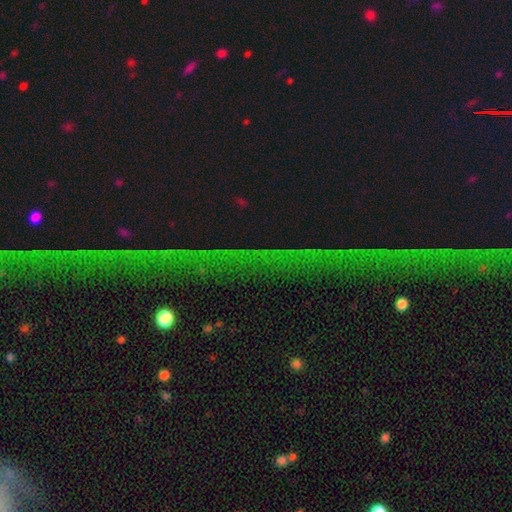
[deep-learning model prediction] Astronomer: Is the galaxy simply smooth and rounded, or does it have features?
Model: star or artifact — 84%.